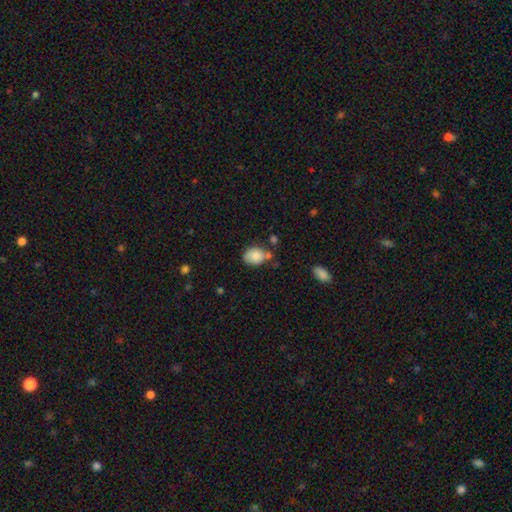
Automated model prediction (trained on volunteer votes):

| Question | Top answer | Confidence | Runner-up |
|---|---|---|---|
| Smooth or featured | smooth | 82% | featured or disk (10%) |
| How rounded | in between | 56% | round (43%) |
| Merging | none | 55% | minor disturbance (25%) |